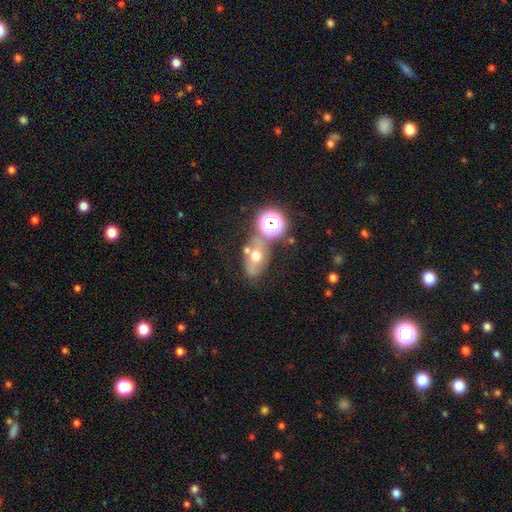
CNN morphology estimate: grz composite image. It shows a smooth galaxy with no disk features (48%). Merging: none (51%).